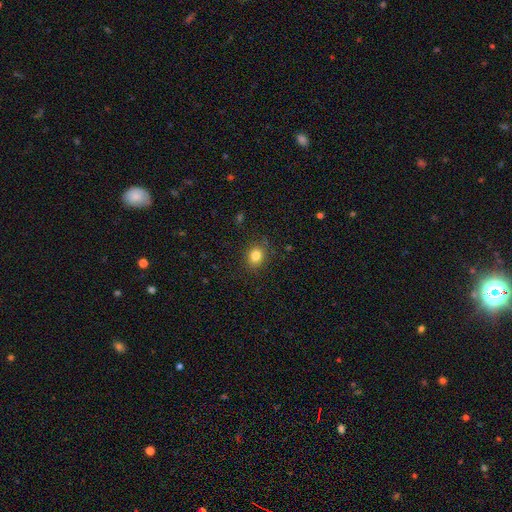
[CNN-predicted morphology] A smooth galaxy with no disk features (83%) that is round (58%).

Vote fractions:
- Smooth or featured? smooth: 83% / star or artifact: 11% / featured or disk: 6%
- How rounded? round: 58% / in between: 41% / cigar-shaped: 1%
- Merging? none: 85% / minor disturbance: 11% / major disturbance: 3% / merger: 1%